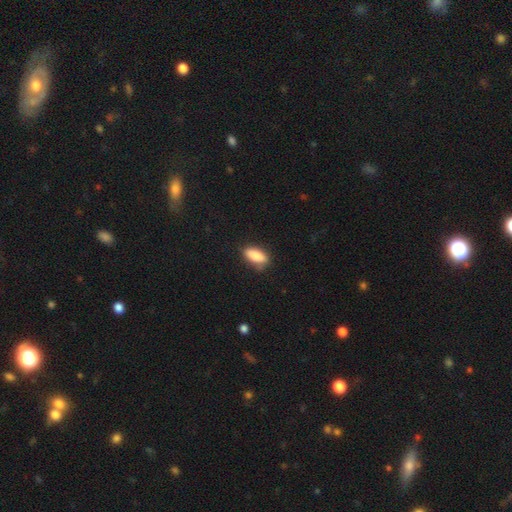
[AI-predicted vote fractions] smooth 86%, featured or disk 7%, star or artifact 7%. Down the decision tree: how rounded — in between (83%); merging — none (77%).